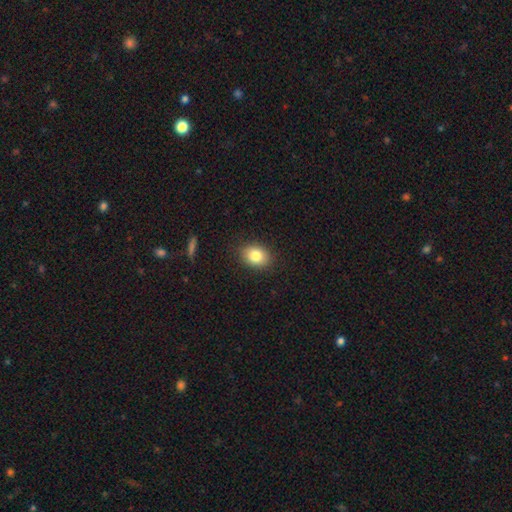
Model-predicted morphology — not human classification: This is clearly a smooth galaxy (83%). How rounded: likely in between (62%). Merging: clearly none (88%).